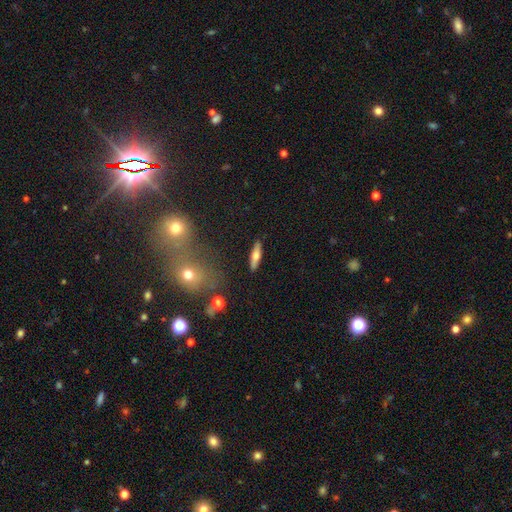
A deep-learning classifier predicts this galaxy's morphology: smooth 57%, featured or disk 36%, star or artifact 7%. Down the decision tree: how rounded — cigar-shaped (67%); merging — none (88%).